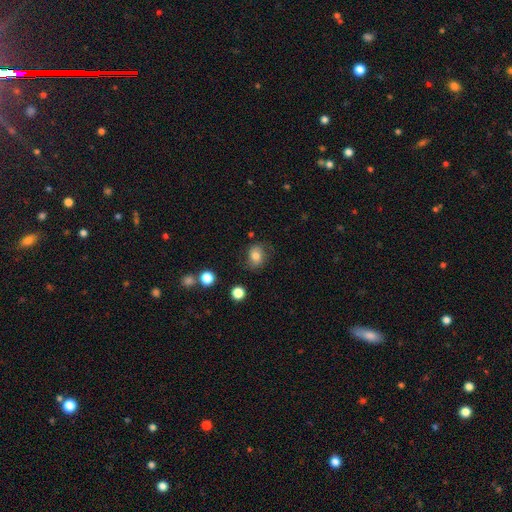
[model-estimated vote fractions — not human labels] Morphology: type=smooth (76%); roundness=in between (50%); merging=none (73%).